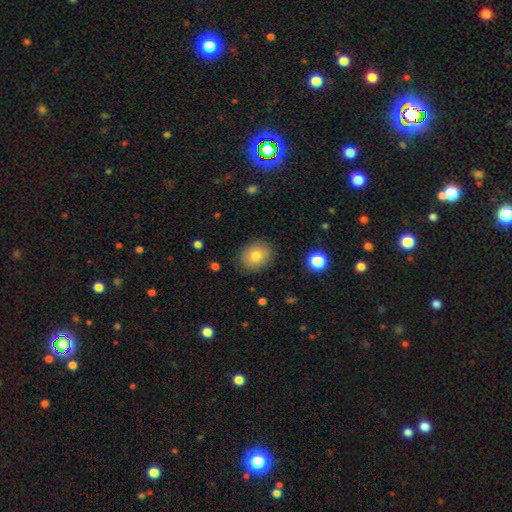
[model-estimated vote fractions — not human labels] A smooth galaxy with no disk features (78%) that is round (63%).

Vote fractions:
- Smooth or featured? smooth: 78% / featured or disk: 12% / star or artifact: 10%
- How rounded? round: 63% / in between: 36% / cigar-shaped: 1%
- Merging? none: 85% / minor disturbance: 11% / major disturbance: 3% / merger: 1%